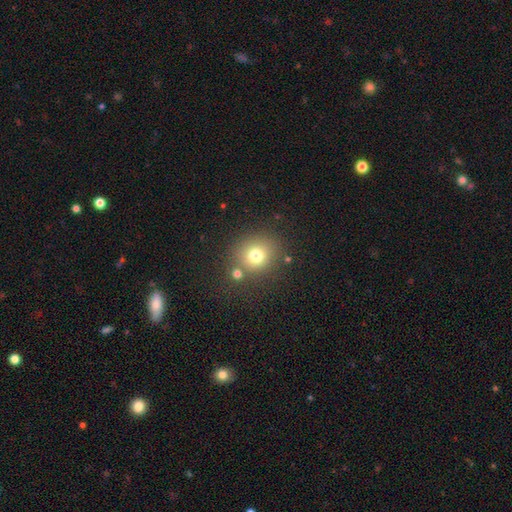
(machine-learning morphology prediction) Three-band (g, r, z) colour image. It shows a smooth galaxy with no disk features (75%) that is round (85%). Merging: none (75%).